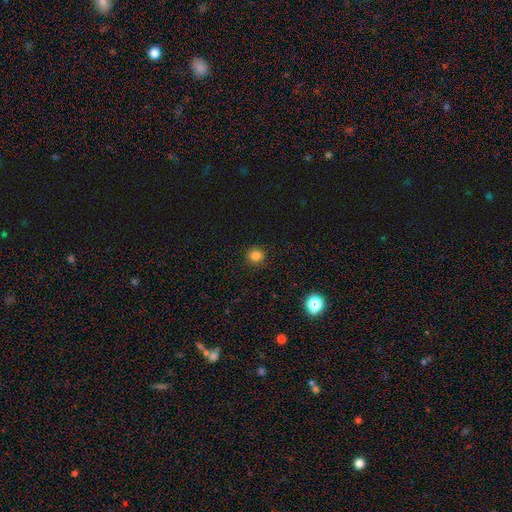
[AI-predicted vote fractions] smooth-or-featured: smooth: 81% | star or artifact: 14% | featured or disk: 5%
  how-rounded: round: 91% | in between: 8% | cigar-shaped: 1%
  merging: none: 91% | minor disturbance: 6% | major disturbance: 2% | merger: 1%